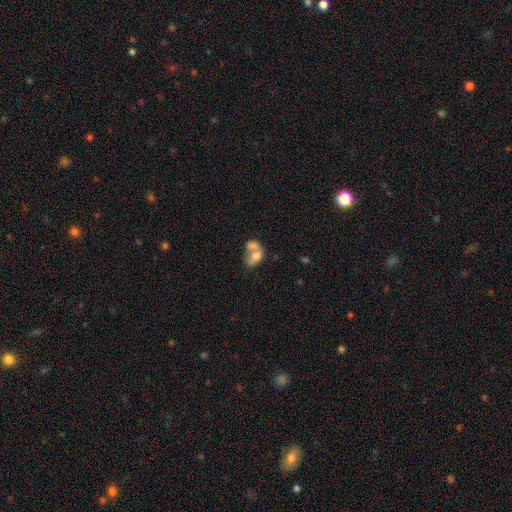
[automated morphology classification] Overall: smooth (69%). How rounded: in between (76%). Merging: merger (73%).